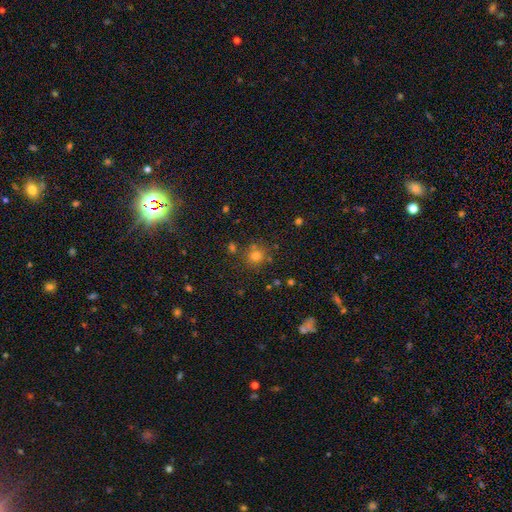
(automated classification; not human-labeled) Smooth or featured: smooth — 68% (star or artifact — 25%)
How rounded: round — 88% (in between — 11%)
Merging: none — 76% (minor disturbance — 10%)